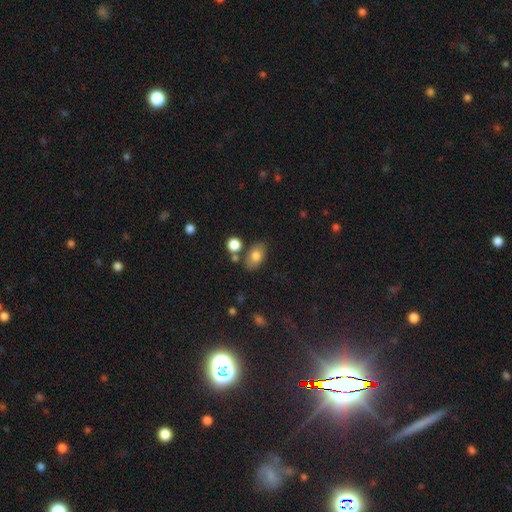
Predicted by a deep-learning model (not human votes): Smooth or featured? smooth (77%)
How rounded? in between (87%)
Merging? none (72%)